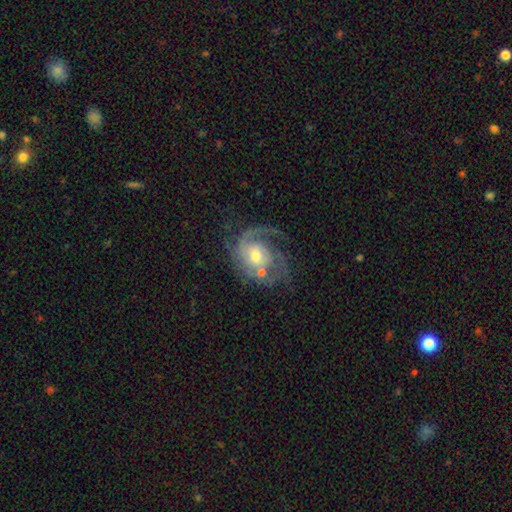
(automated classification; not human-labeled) A featured or disk galaxy (85%) with no bar (61%), 2 (34%) medium (42%) spiral arms (94%) and a moderate central bulge (65%). Merging: none (52%).